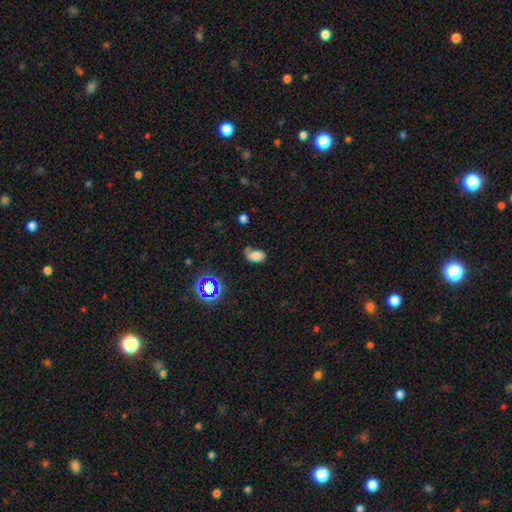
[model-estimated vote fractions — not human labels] Smooth or featured? smooth (73%)
How rounded? in between (89%)
Merging? none (55%)